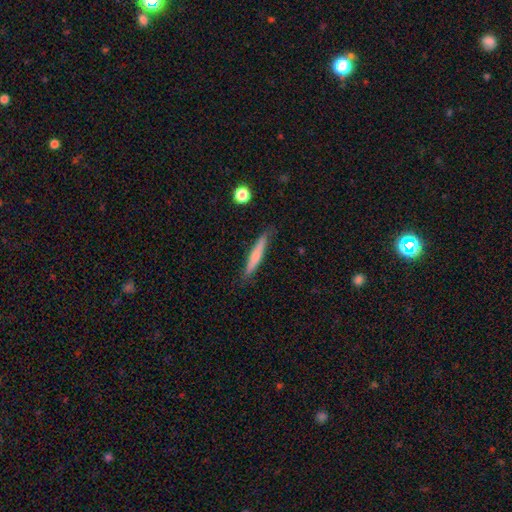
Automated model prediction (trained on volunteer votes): Smooth or featured?
  - smooth: 64% *
  - featured or disk: 30%
  - star or artifact: 6%
How rounded?
  - cigar-shaped: 93% *
  - in between: 6%
  - round: 1%
Merging?
  - none: 81% *
  - minor disturbance: 15%
  - major disturbance: 3%
  - merger: 2%